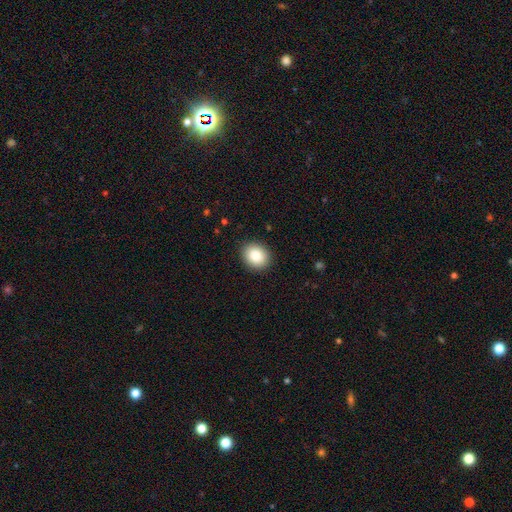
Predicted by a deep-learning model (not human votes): Q: Smooth or featured?
A: smooth (87%); runner-up: star or artifact (8%)
Q: How rounded?
A: round (60%); runner-up: in between (39%)
Q: Merging?
A: none (90%); runner-up: minor disturbance (7%)